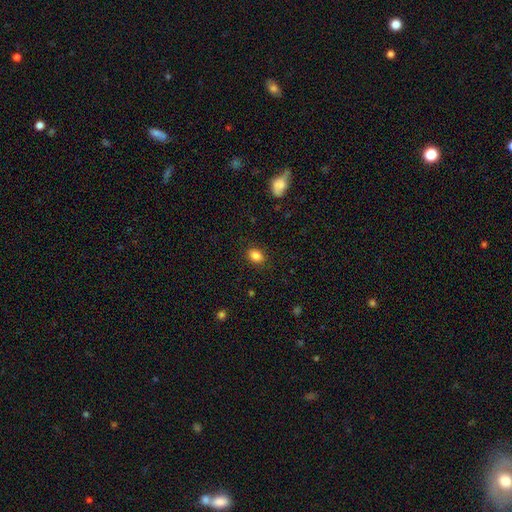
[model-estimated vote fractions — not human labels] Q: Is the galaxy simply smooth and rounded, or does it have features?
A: smooth — 86%.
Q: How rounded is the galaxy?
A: in between — 73%.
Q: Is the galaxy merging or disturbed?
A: none — 88%.